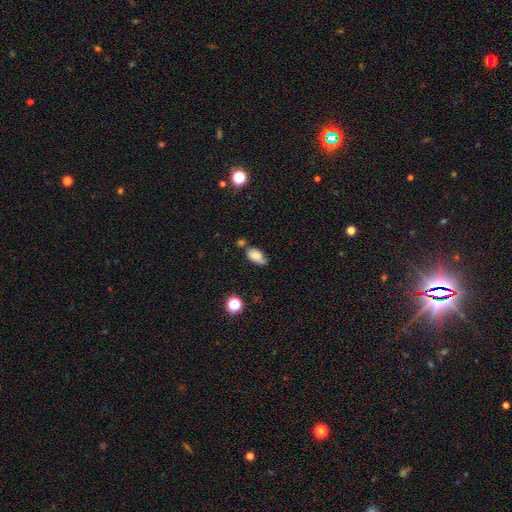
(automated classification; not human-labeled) Smooth or featured?
  - smooth: 71% *
  - featured or disk: 18%
  - star or artifact: 11%
How rounded?
  - in between: 88% *
  - round: 9%
  - cigar-shaped: 3%
Merging?
  - none: 42% *
  - minor disturbance: 34%
  - merger: 13%
  - major disturbance: 11%